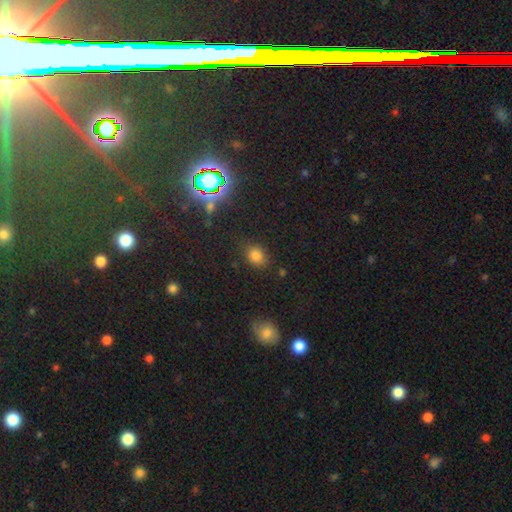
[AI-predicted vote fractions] This appears to be a smooth galaxy with no disk features (76%) that is in between round and cigar-shaped (51%). Merging: none (79%).